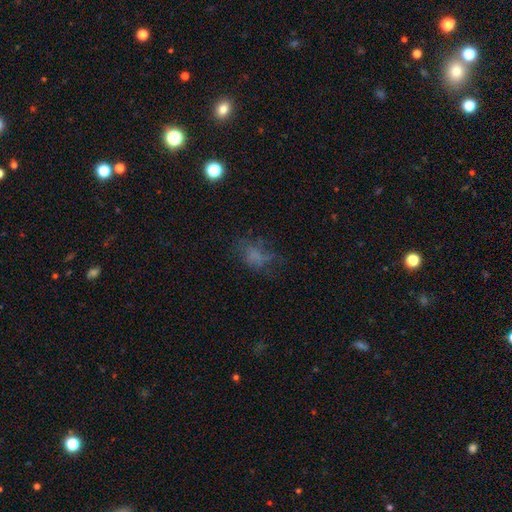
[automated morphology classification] Q: Smooth or featured?
A: smooth (51%); runner-up: featured or disk (25%)
Q: How rounded?
A: in between (69%); runner-up: round (28%)
Q: Merging?
A: none (49%); runner-up: major disturbance (27%)